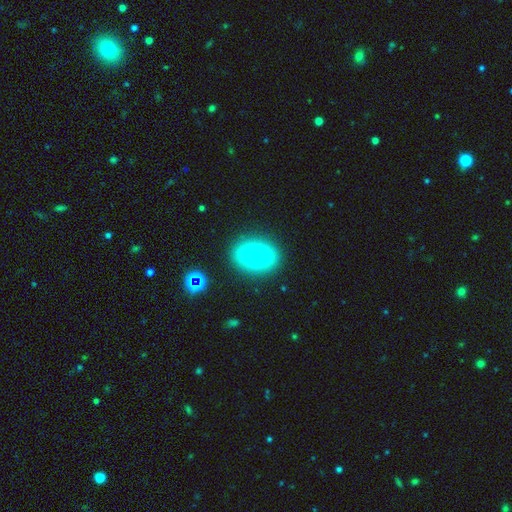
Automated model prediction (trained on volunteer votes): Q: Smooth or featured?
A: smooth (73%); runner-up: featured or disk (16%)
Q: How rounded?
A: in between (65%); runner-up: round (34%)
Q: Merging?
A: none (87%); runner-up: minor disturbance (8%)